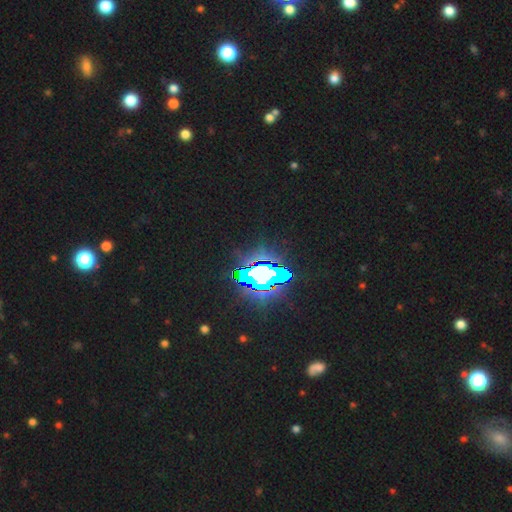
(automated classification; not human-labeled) smooth_or_featured: star or artifact (p=0.84) [alt: smooth p=0.09]